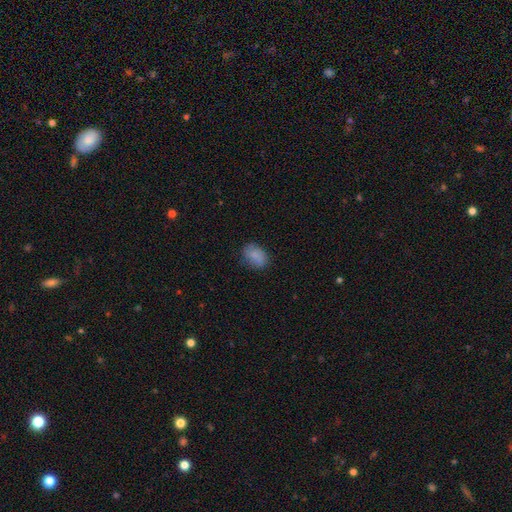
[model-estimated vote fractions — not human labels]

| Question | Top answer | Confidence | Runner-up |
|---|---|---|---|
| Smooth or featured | smooth | 83% | featured or disk (9%) |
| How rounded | in between | 73% | round (26%) |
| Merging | none | 75% | minor disturbance (19%) |